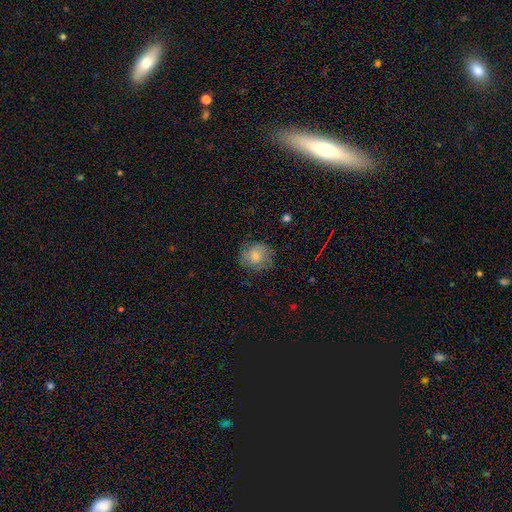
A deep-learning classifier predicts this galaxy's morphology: Q: Smooth or featured?
A: smooth (74%); runner-up: featured or disk (18%)
Q: How rounded?
A: round (83%); runner-up: in between (16%)
Q: Merging?
A: none (74%); runner-up: minor disturbance (19%)